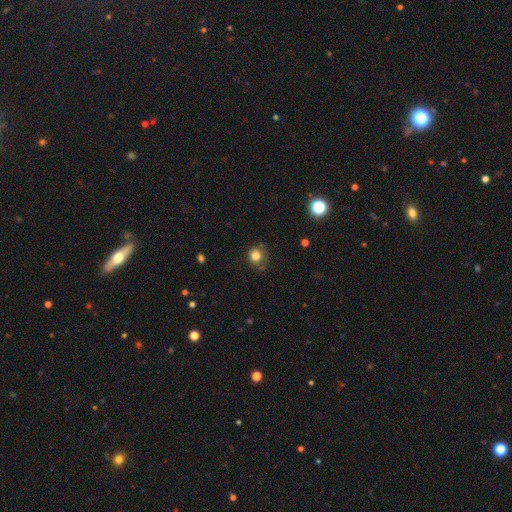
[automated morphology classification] Q: Smooth or featured?
A: smooth (78%); runner-up: star or artifact (12%)
Q: How rounded?
A: round (83%); runner-up: in between (16%)
Q: Merging?
A: none (64%); runner-up: minor disturbance (24%)